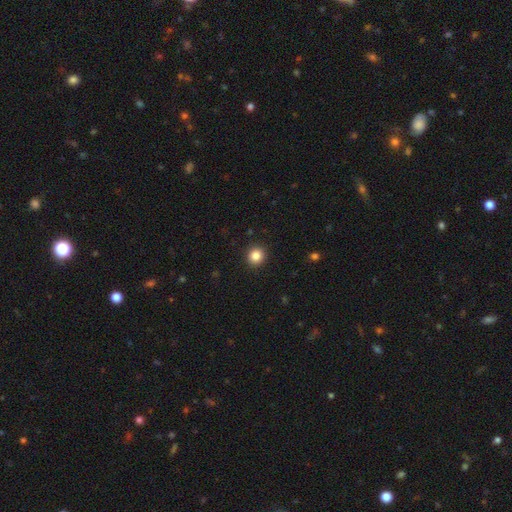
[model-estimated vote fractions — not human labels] A smooth galaxy with no disk features (85%) that is round (91%). Merging: none (92%).